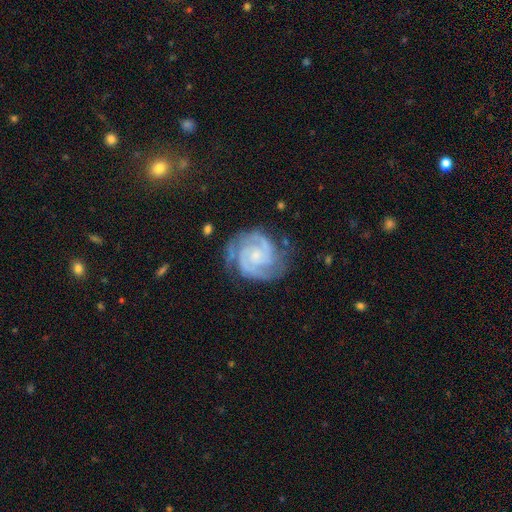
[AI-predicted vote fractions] A featured or disk galaxy (90%) with no bar (62%), 2 (67%) tight (62%) spiral arms (98%) and a small central bulge (62%).

Vote fractions:
- Smooth or featured? featured or disk: 90% / smooth: 5% / star or artifact: 5%
- Edge-on disk? no: 98% / yes: 2%
- Bar? no: 62% / weak: 32% / strong: 7%
- Spiral arms? yes: 98% / no: 2%
- Spiral winding? tight: 62% / medium: 34% / loose: 4%
- Spiral arm count? 2: 67% / 3: 18% / can't tell: 7% / 4: 3% / 1: 3% / more than 4: 3%
- Bulge size? small: 62% / moderate: 23% / none: 12% / large: 2% / dominant: 1%
- Merging? none: 71% / minor disturbance: 19% / major disturbance: 8% / merger: 2%